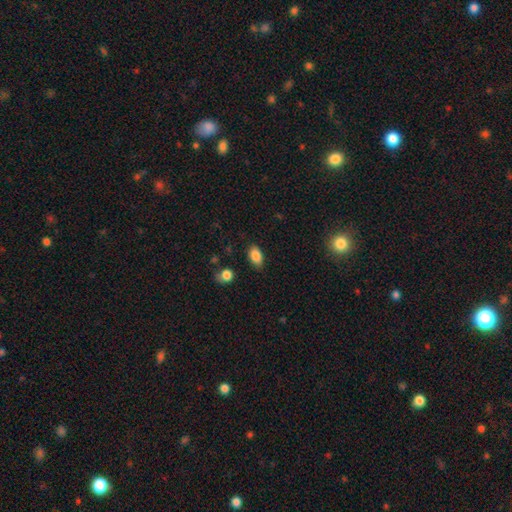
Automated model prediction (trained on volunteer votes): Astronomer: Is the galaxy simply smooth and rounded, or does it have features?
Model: smooth — 87%.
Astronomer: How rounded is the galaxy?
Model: in between — 90%.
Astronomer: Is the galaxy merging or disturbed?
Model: none — 84%.